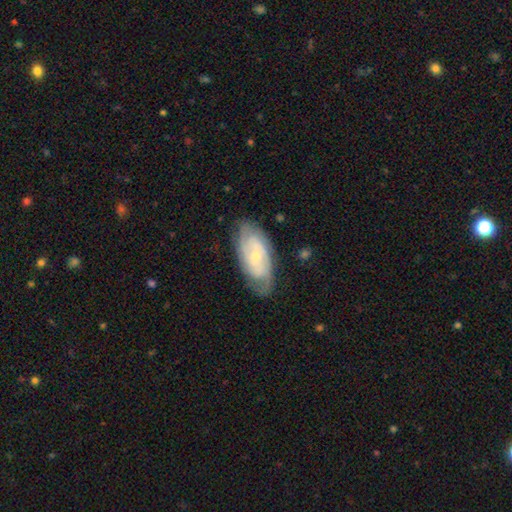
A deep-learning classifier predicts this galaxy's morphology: A featured or disk galaxy (75%) with no bar (62%), 2 (44%) tight (58%) spiral arms (92%) and a small central bulge (72%). Merging: none (74%).